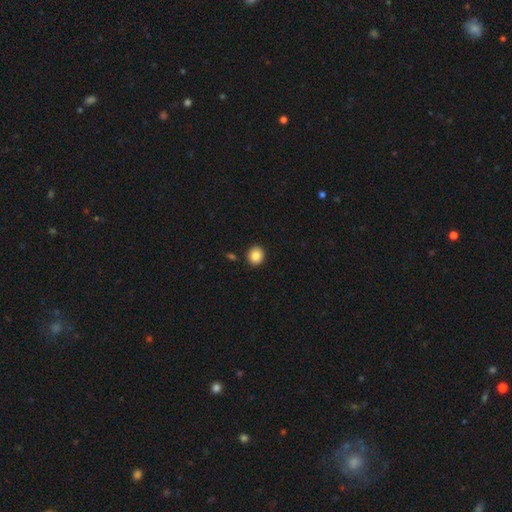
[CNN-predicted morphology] The model was most divided on "how rounded": round: 82%, in between: 17%, cigar-shaped: 1%. More confident: merging — none (90%); smooth or featured — smooth (85%).